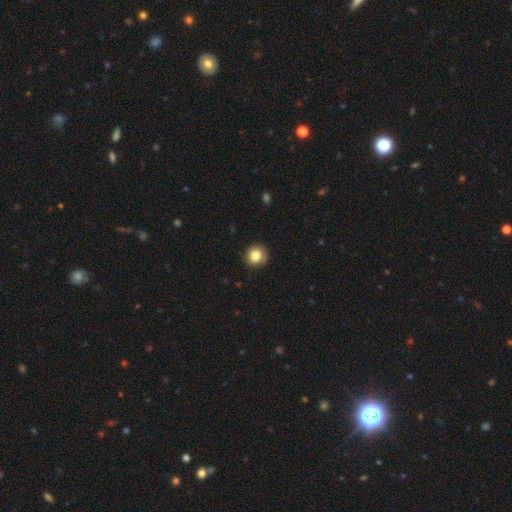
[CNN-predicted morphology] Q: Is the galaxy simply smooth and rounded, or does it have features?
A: smooth — 84%.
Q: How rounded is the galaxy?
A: round — 89%.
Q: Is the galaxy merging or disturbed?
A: none — 87%.